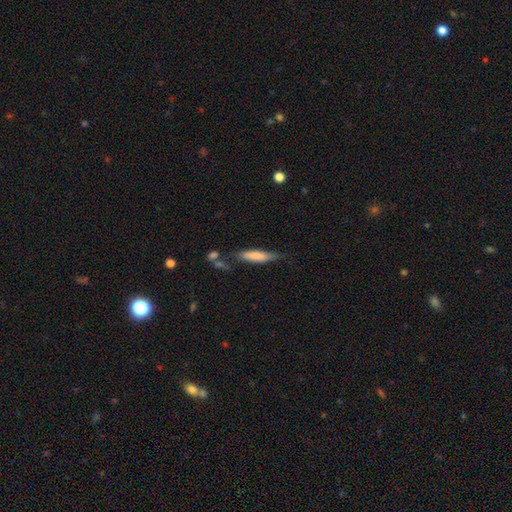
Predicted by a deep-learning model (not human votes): This is likely a smooth galaxy (75%). How rounded: clearly cigar-shaped (81%). Merging: likely none (64%).